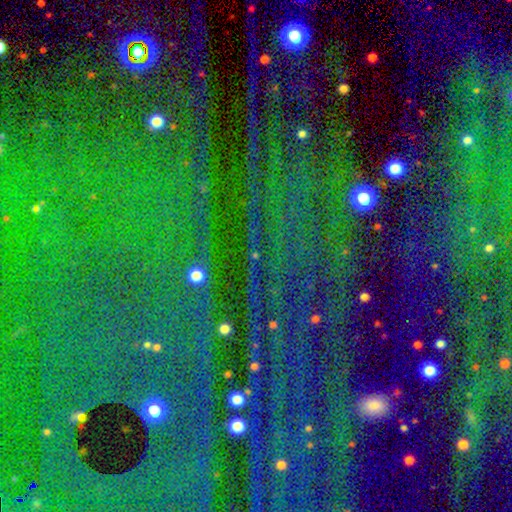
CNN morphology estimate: Smooth or featured? star or artifact (82%)